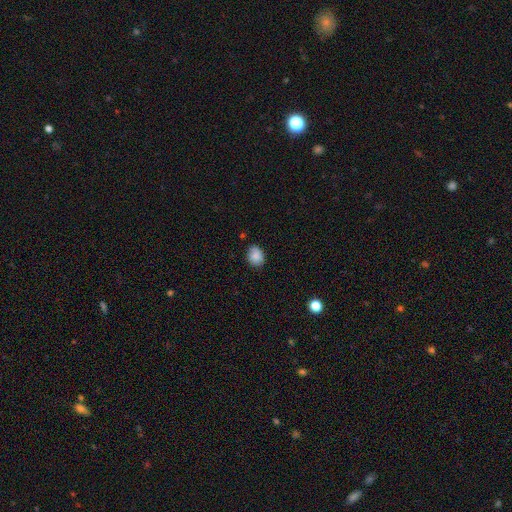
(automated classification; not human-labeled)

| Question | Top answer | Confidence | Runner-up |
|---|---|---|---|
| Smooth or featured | smooth | 86% | star or artifact (8%) |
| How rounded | in between | 55% | round (44%) |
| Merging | none | 76% | minor disturbance (19%) |